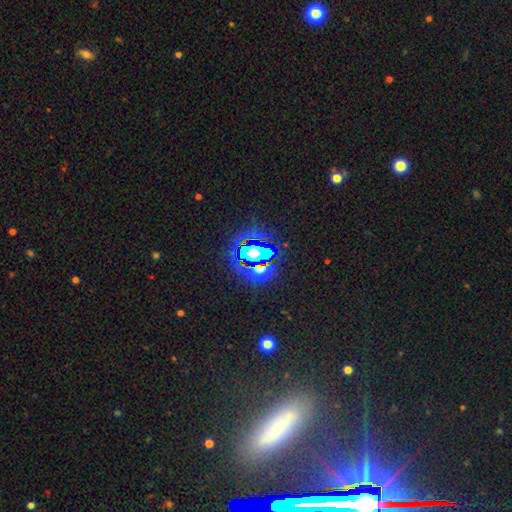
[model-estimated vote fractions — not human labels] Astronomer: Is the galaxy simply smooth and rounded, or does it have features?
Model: star or artifact — 68%.